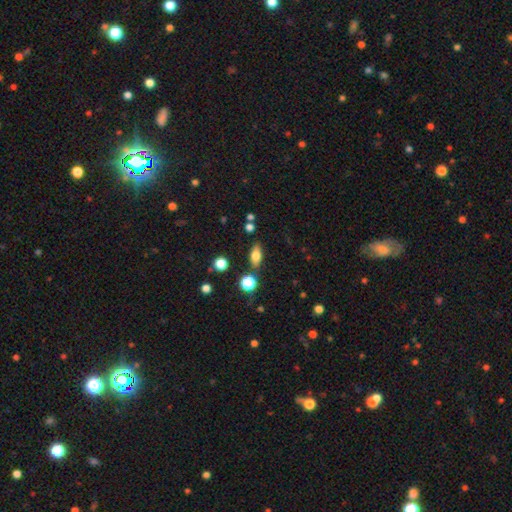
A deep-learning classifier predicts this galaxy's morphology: type=smooth (69%); roundness=in between (76%); merging=none (81%).